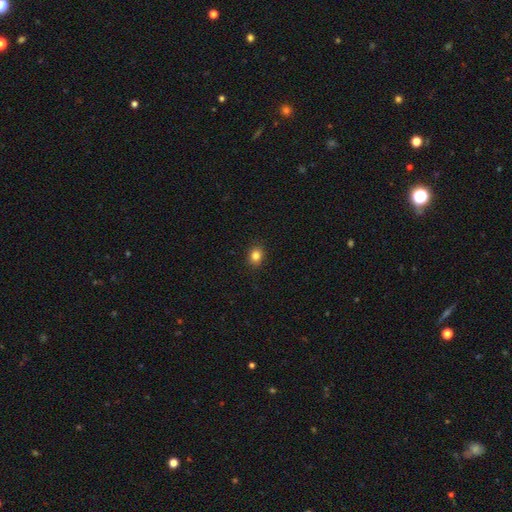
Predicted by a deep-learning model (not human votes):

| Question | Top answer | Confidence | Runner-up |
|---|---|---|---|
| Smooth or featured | smooth | 83% | star or artifact (12%) |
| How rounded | round | 64% | in between (35%) |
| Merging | none | 90% | minor disturbance (7%) |